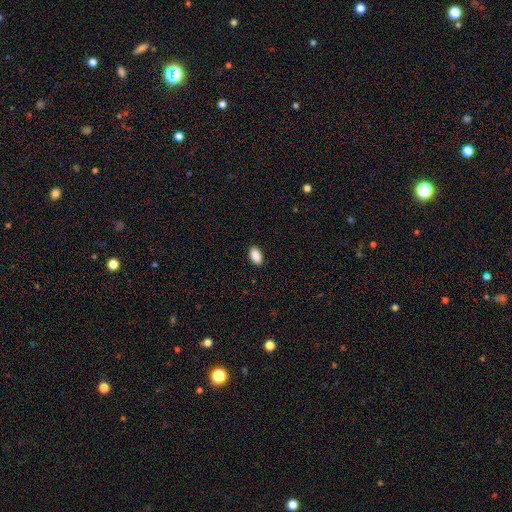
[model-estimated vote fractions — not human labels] Smooth or featured?
  - smooth: 90% *
  - star or artifact: 7%
  - featured or disk: 3%
How rounded?
  - in between: 94% *
  - round: 4%
  - cigar-shaped: 2%
Merging?
  - none: 89% *
  - minor disturbance: 8%
  - major disturbance: 2%
  - merger: 1%